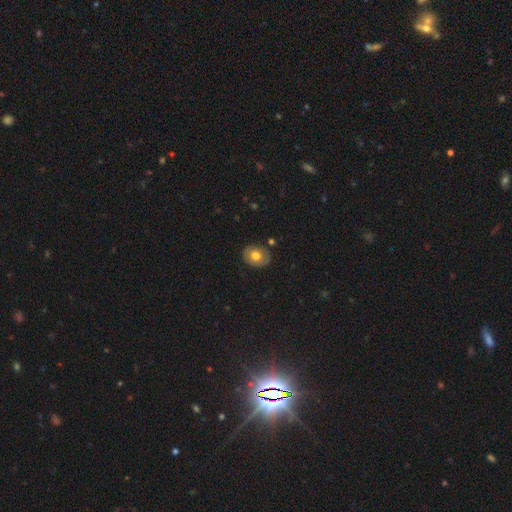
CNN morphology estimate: This is likely a smooth galaxy (65%). How rounded: possibly round (51%). Merging: clearly none (84%).